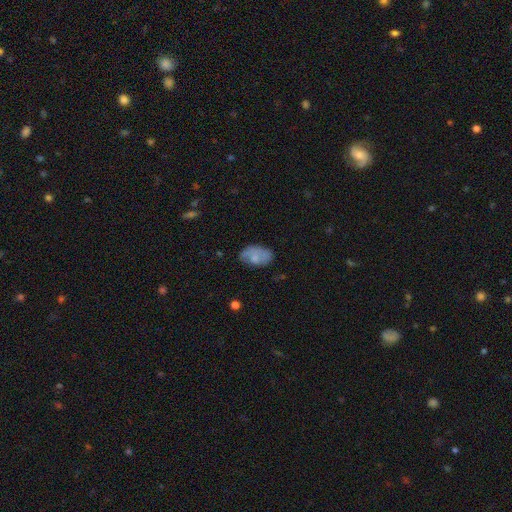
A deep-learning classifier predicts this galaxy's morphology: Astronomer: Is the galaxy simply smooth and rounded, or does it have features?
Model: smooth — 63%.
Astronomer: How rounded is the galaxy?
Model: in between — 90%.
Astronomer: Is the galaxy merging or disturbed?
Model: none — 56%.